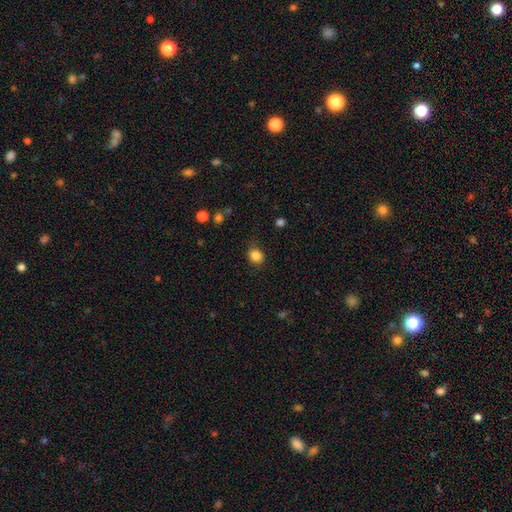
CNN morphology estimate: type=smooth (85%); roundness=round (66%); merging=none (78%).